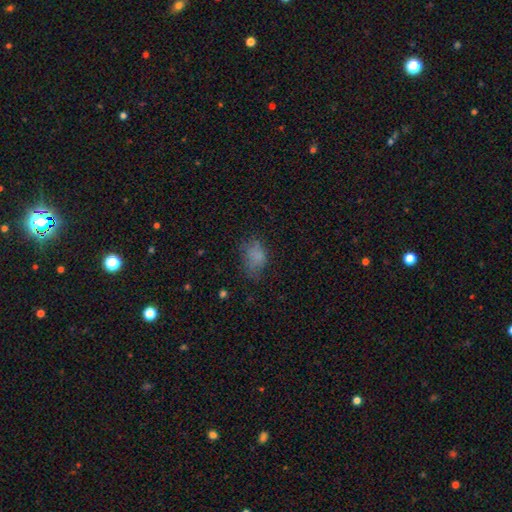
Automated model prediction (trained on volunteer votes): Smooth or featured: smooth — 72% (star or artifact — 14%)
How rounded: in between — 77% (round — 21%)
Merging: none — 52% (minor disturbance — 28%)